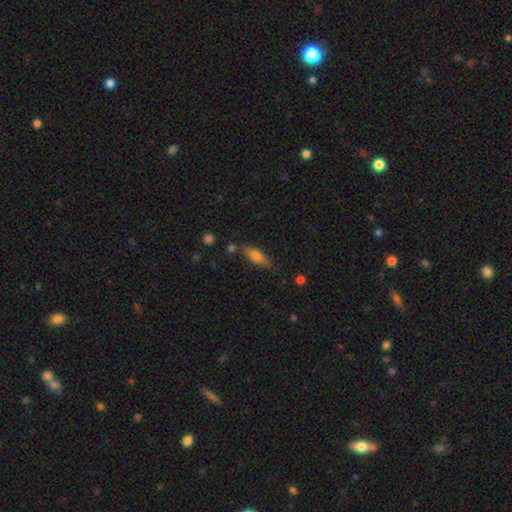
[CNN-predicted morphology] Smooth or featured? smooth (72%)
How rounded? in between (58%)
Merging? none (74%)